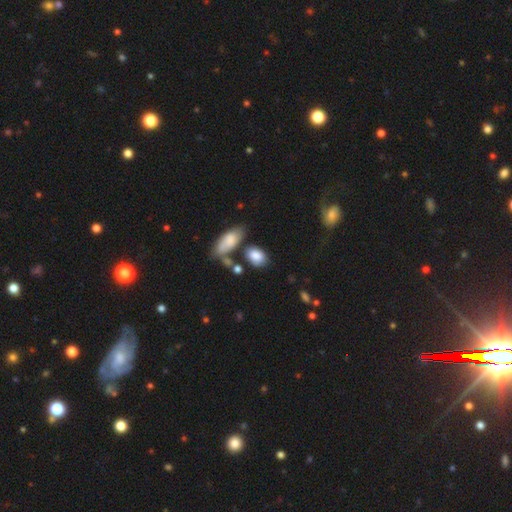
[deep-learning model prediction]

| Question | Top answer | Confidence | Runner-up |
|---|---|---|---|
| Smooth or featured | smooth | 84% | featured or disk (9%) |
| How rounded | in between | 76% | round (22%) |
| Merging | none | 60% | minor disturbance (19%) |